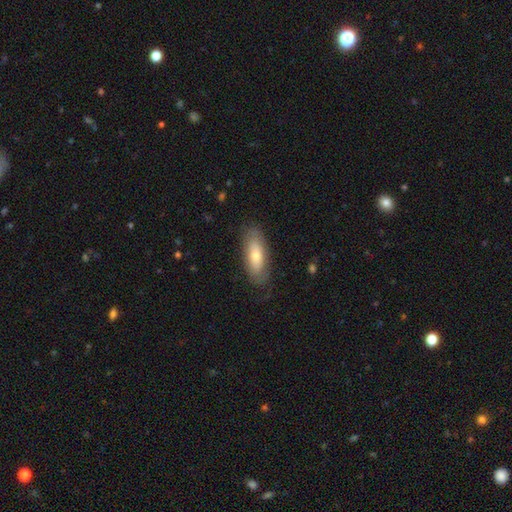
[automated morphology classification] This is likely a smooth galaxy (62%). How rounded: likely in between (71%). Merging: likely none (77%).